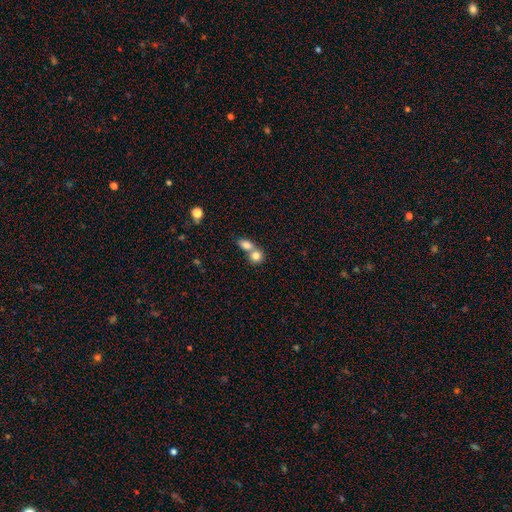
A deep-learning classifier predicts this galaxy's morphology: Smooth or featured? Predicted: smooth (p=0.79). How rounded? Predicted: round (p=0.71). Merging? Predicted: merger (p=0.66).